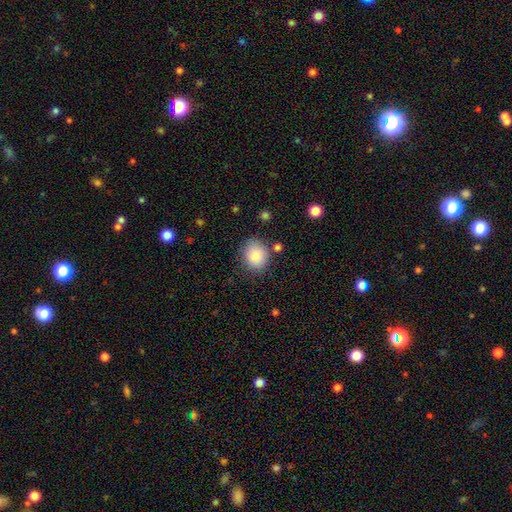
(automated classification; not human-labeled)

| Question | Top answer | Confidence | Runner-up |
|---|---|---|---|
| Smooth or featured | smooth | 84% | star or artifact (8%) |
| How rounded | round | 66% | in between (33%) |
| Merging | none | 77% | minor disturbance (14%) |